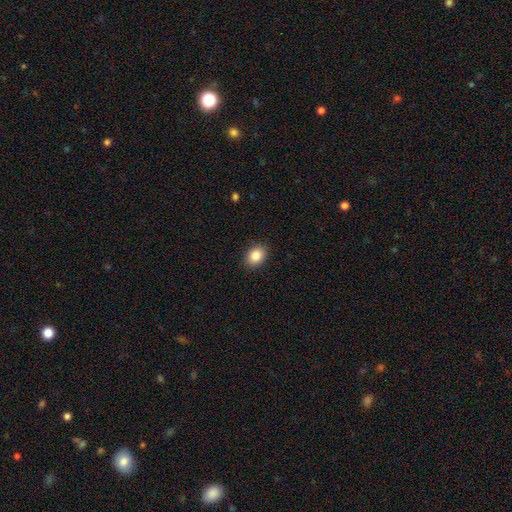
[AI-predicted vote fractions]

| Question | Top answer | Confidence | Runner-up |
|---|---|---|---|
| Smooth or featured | smooth | 86% | star or artifact (9%) |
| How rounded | in between | 64% | round (35%) |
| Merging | none | 90% | minor disturbance (8%) |